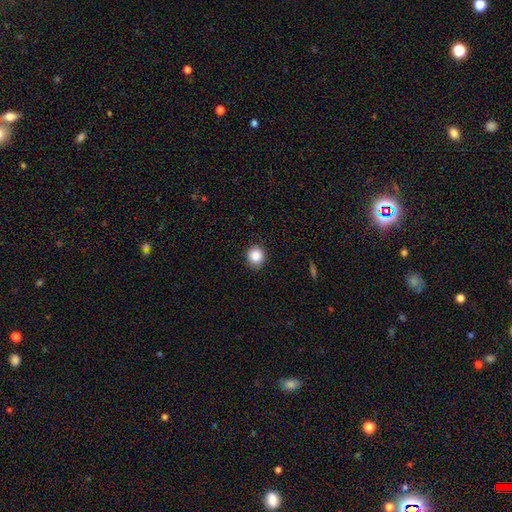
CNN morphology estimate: smooth_or_featured: smooth (p=0.88) [alt: star or artifact p=0.09]
how_rounded: round (p=0.86) [alt: in between p=0.13]
merging: none (p=0.89) [alt: minor disturbance p=0.08]